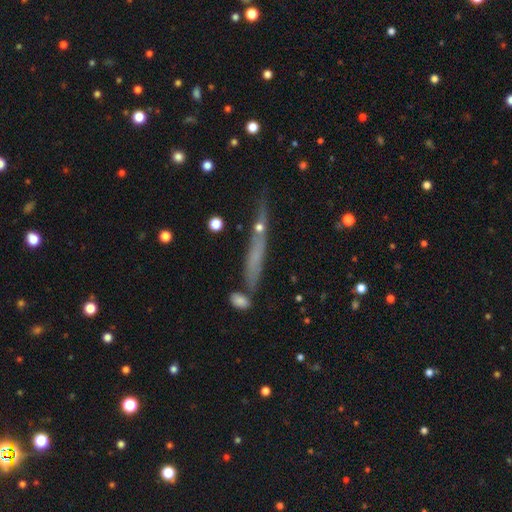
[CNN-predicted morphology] The model was most divided on "smooth or featured": smooth: 44%, featured or disk: 43%, star or artifact: 13%. More confident: merging — none (65%).